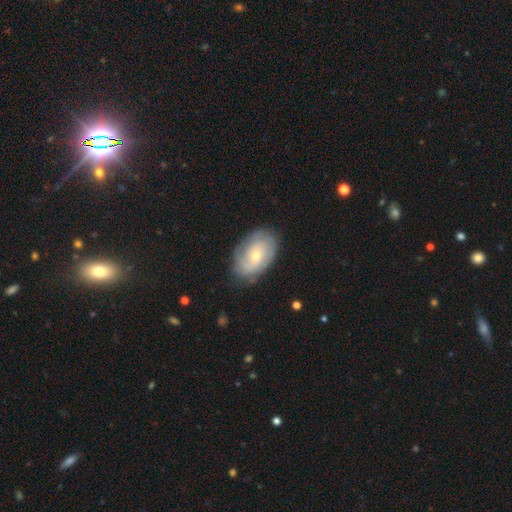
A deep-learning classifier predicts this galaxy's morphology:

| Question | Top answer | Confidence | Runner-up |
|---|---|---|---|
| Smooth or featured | featured or disk | 57% | smooth (37%) |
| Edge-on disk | no | 95% | yes (5%) |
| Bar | no | 74% | weak (23%) |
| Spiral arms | yes | 77% | no (23%) |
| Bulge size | small | 60% | moderate (36%) |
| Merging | none | 75% | minor disturbance (19%) |